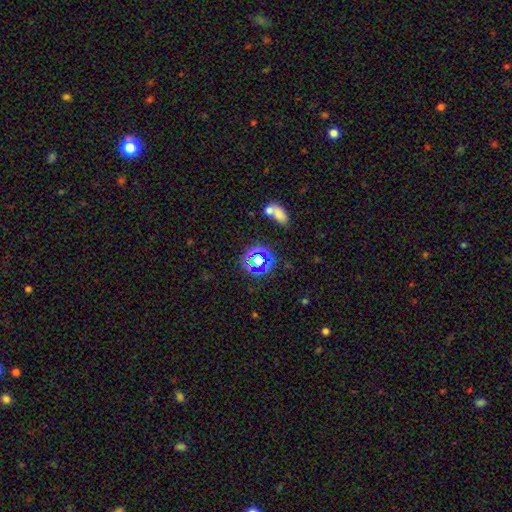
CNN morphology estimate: Smooth or featured? star or artifact (56%)